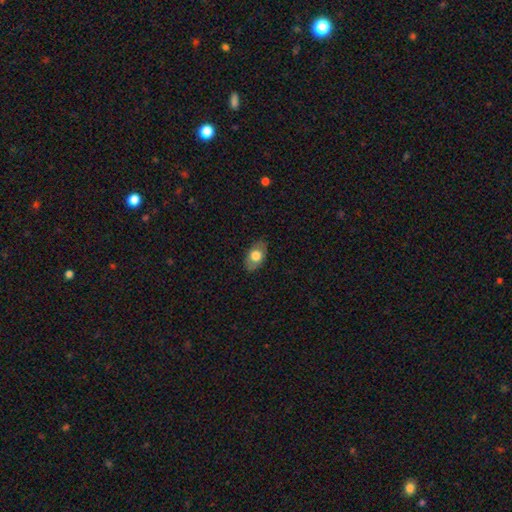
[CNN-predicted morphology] smooth_or_featured: smooth (p=0.70) [alt: featured or disk p=0.23]
how_rounded: in between (p=0.87) [alt: round p=0.11]
merging: none (p=0.82) [alt: minor disturbance p=0.14]